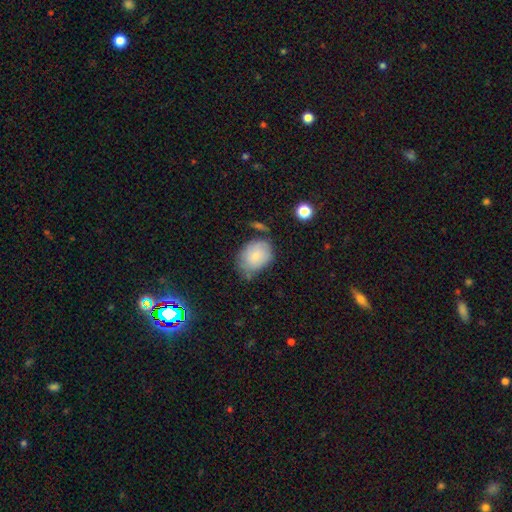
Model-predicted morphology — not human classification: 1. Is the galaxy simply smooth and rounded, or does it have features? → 79% smooth, 13% featured or disk, 7% star or artifact.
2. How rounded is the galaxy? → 67% in between, 32% round, 1% cigar-shaped.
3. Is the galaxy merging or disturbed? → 51% none, 33% minor disturbance, 9% major disturbance, 7% merger.